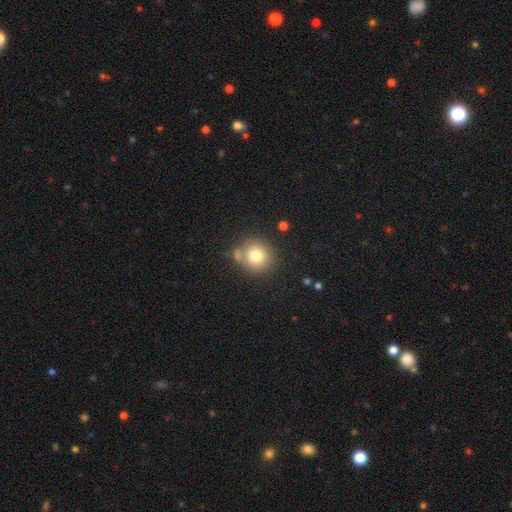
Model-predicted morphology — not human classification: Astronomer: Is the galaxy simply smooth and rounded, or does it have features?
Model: smooth — 78%.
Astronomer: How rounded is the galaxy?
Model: round — 89%.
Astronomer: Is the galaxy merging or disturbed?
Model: none — 67%.